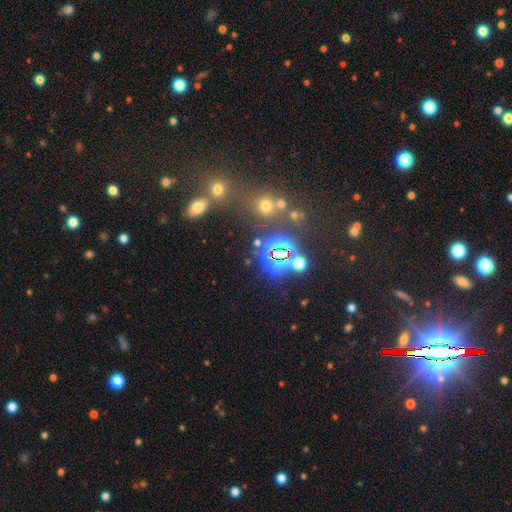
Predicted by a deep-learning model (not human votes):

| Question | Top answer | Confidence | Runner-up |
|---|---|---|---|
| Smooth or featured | star or artifact | 68% | smooth (21%) |